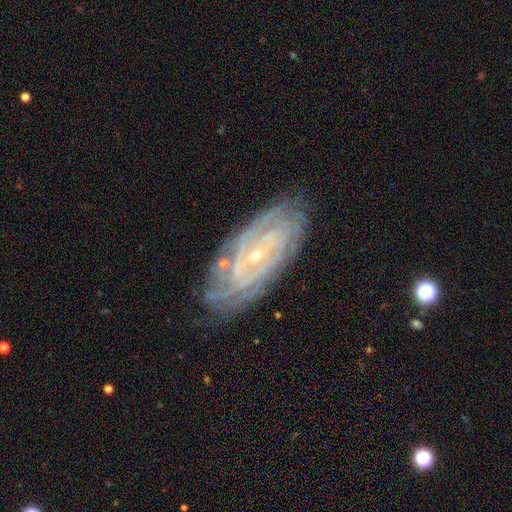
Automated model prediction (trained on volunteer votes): Smooth or featured?
  - featured or disk: 88% *
  - star or artifact: 6%
  - smooth: 6%
Edge-on disk?
  - no: 93% *
  - yes: 7%
Bar?
  - no: 51% *
  - weak: 33%
  - strong: 16%
Spiral arms?
  - yes: 97% *
  - no: 3%
Spiral winding?
  - tight: 77% *
  - medium: 19%
  - loose: 4%
Spiral arm count?
  - can't tell: 27% *
  - 2: 22%
  - 3: 17%
  - 4: 17%
  - more than 4: 10%
  - 1: 7%
Bulge size?
  - small: 82% *
  - moderate: 15%
  - none: 1%
  - large: 1%
  - dominant: 1%
Merging?
  - none: 79% *
  - minor disturbance: 15%
  - major disturbance: 4%
  - merger: 2%